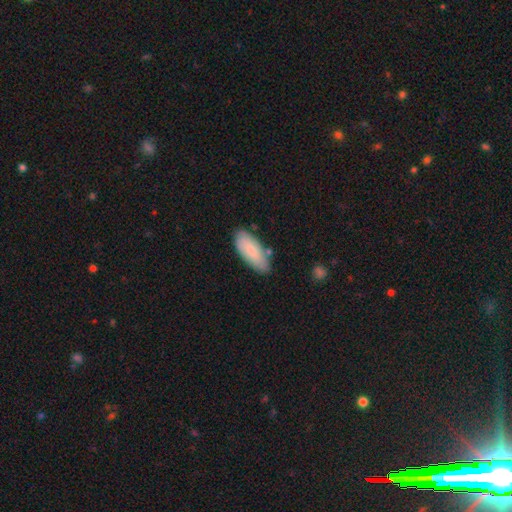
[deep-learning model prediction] The model was most divided on "merging": none: 76%, minor disturbance: 17%, merger: 4%, major disturbance: 3%. More confident: how rounded — in between (84%); smooth or featured — smooth (80%).